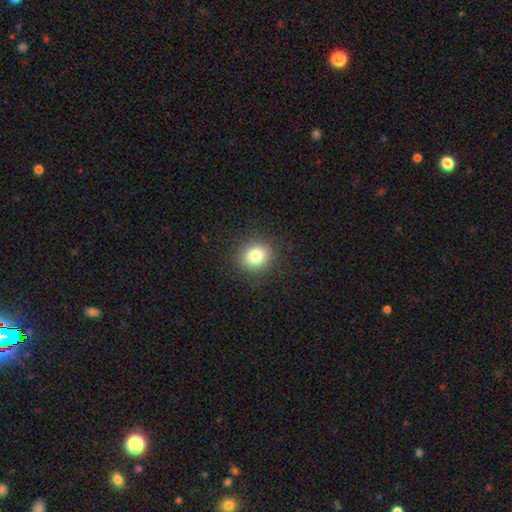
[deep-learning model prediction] smooth_or_featured: smooth (p=0.81) [alt: star or artifact p=0.11]
how_rounded: round (p=0.77) [alt: in between p=0.22]
merging: none (p=0.89) [alt: minor disturbance p=0.07]